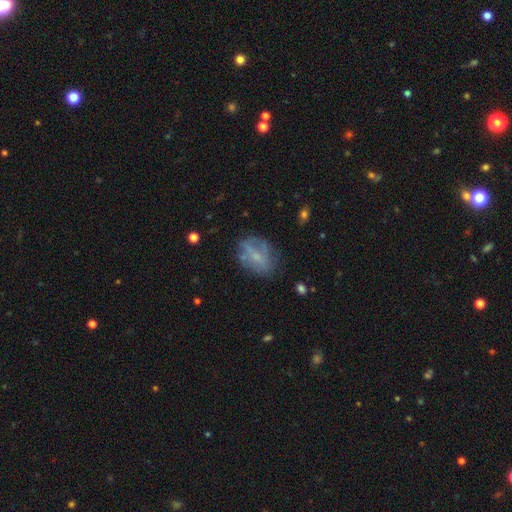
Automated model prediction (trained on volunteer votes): The model was most divided on "smooth or featured" (2-way tie): featured or disk: 45%, smooth: 45%, star or artifact: 10%. More confident: merging — none (57%).